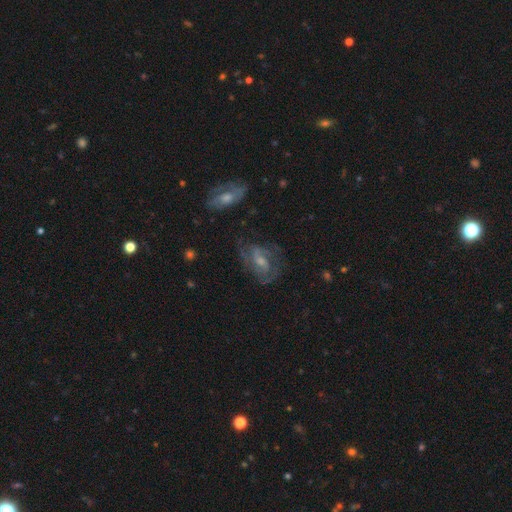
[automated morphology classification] Overall: featured or disk (71%). Edge-on disk: no (96%). Bar: weak (48%; no 35%). Spiral arms: yes (84%). Spiral arm count: 2 (54%; can't tell 27%). Spiral winding: medium (47%; tight 34%). Bulge size: small (43%; moderate 40%). Merging: none (62%).